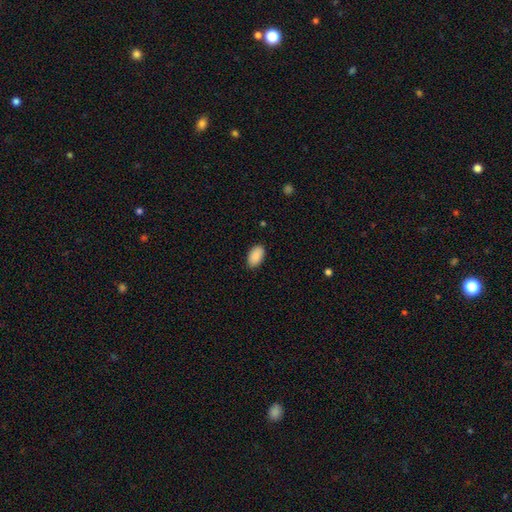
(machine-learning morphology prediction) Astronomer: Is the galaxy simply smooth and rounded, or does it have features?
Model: smooth — 90%.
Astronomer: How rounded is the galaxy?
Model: in between — 94%.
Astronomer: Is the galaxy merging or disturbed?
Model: none — 88%.